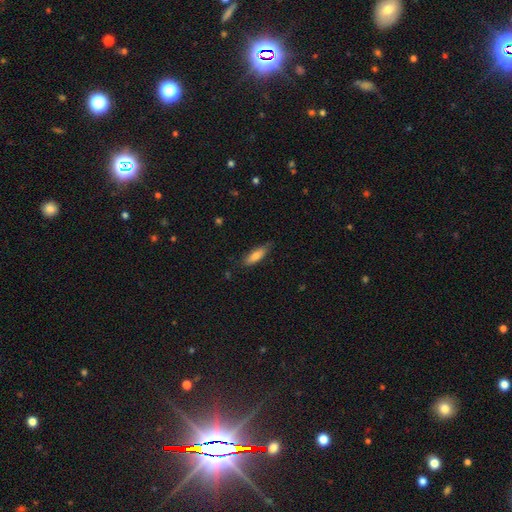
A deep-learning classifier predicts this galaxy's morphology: A smooth galaxy with no disk features (76%) that is in between round and cigar-shaped (53%). Merging: none (77%).